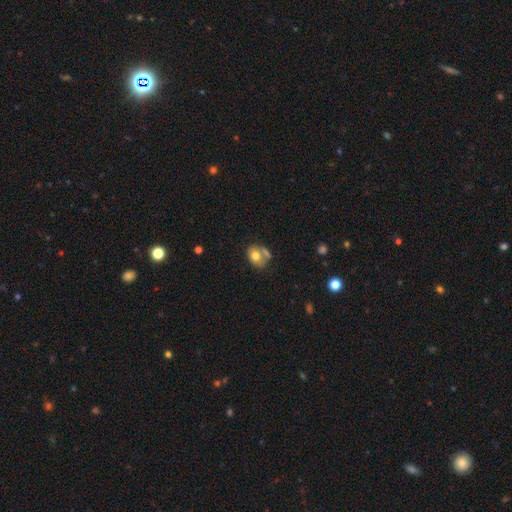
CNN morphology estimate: A smooth galaxy with no disk features (73%) that is in between round and cigar-shaped (66%). Merging: none (42%).